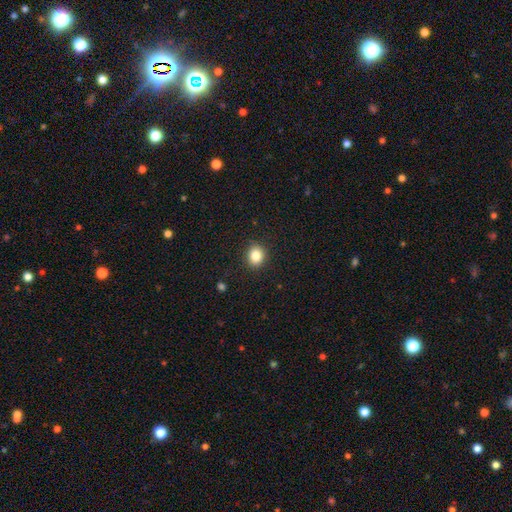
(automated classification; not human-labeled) Overall: smooth (85%). How rounded: round (71%). Merging: none (90%).